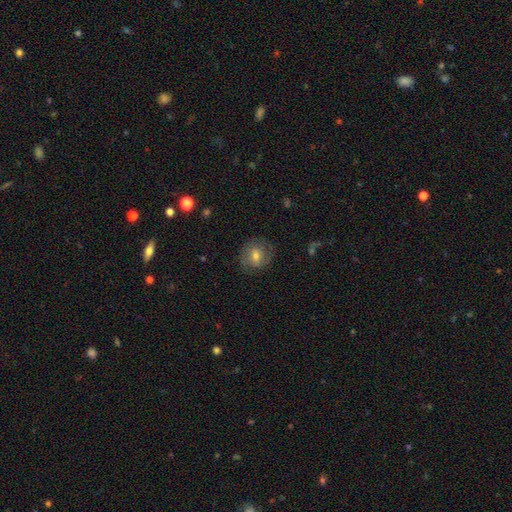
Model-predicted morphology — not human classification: This is possibly a smooth galaxy (55%). How rounded: likely round (72%). Merging: likely none (74%).